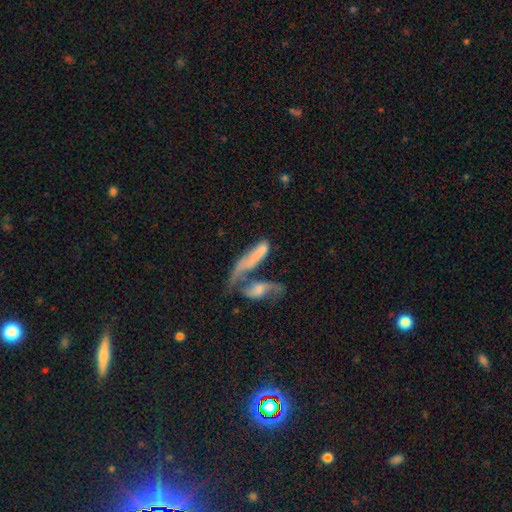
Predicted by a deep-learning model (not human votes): This appears to be a smooth galaxy with no disk features (51%) that is cigar-shaped (62%). Merging: merger (57%).